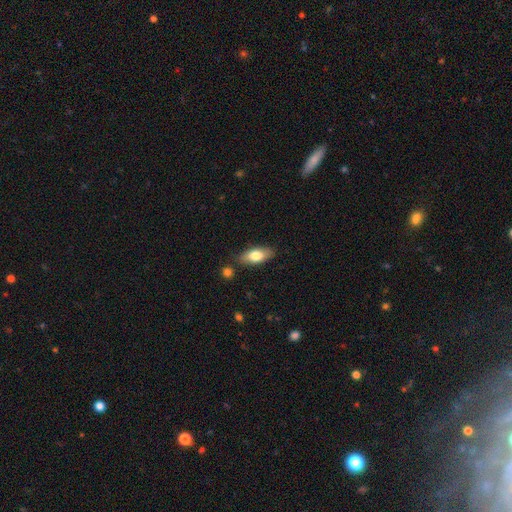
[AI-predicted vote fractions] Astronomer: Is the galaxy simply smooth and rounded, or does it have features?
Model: smooth — 75%.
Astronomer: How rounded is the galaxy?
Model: in between — 81%.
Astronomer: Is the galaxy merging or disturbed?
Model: none — 80%.